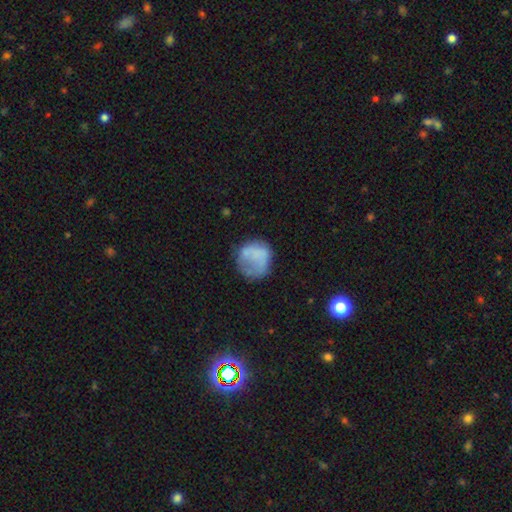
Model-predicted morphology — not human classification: Smooth or featured: smooth — 66% (featured or disk — 25%)
How rounded: round — 84% (in between — 15%)
Merging: none — 51% (minor disturbance — 25%)